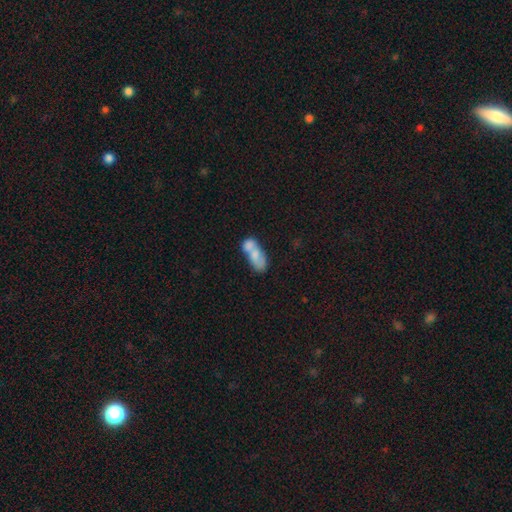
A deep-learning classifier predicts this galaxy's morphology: type=smooth (67%); roundness=in between (85%); merging=merger (61%).